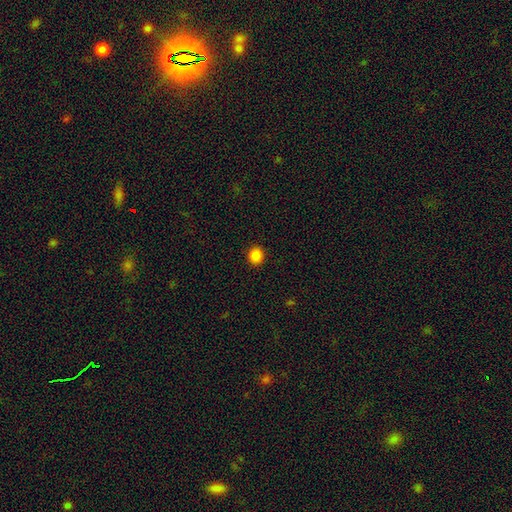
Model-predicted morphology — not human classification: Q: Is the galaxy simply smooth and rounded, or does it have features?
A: smooth — 86%.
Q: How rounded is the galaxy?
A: round — 79%.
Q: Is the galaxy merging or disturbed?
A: none — 92%.